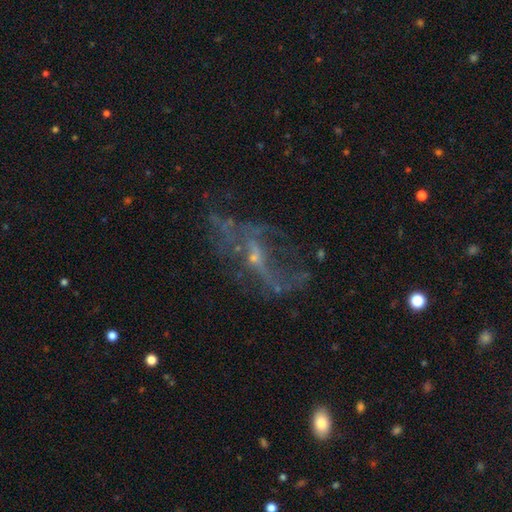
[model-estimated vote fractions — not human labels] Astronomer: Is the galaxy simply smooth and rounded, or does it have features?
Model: featured or disk — 71%.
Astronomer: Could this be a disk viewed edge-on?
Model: no — 93%.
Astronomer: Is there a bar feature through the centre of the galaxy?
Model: no — 56%.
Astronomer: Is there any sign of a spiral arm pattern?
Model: no — 58% (runner-up: yes, 42%).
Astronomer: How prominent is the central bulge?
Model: small — 68%.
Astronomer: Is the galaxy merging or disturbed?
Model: none — 41% (runner-up: major disturbance, 39%).